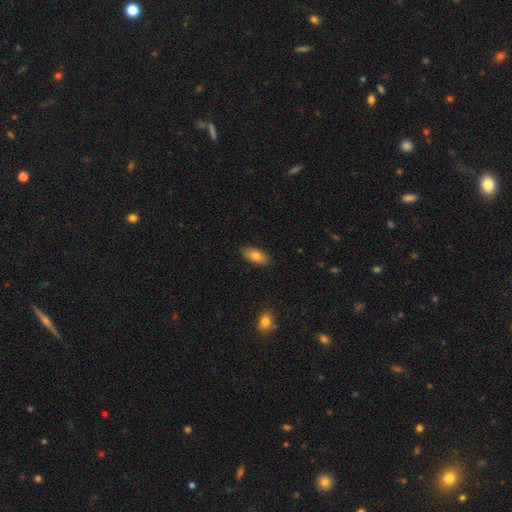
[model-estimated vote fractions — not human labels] Overall: smooth (82%). How rounded: in between (88%). Merging: none (88%).